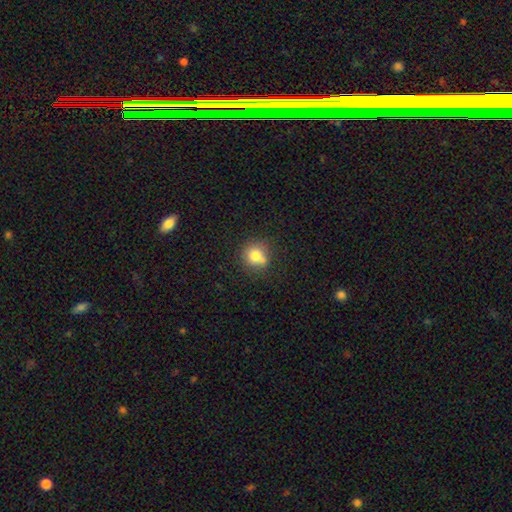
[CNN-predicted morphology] type=smooth (77%); roundness=round (88%); merging=none (64%).